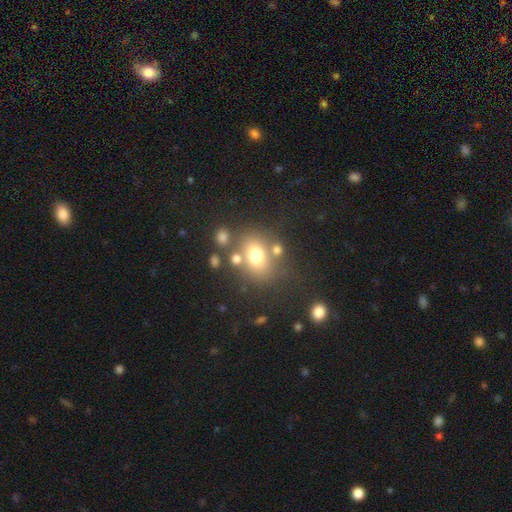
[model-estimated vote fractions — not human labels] Smooth or featured?
  - smooth: 69% *
  - featured or disk: 16%
  - star or artifact: 14%
How rounded?
  - in between: 56% *
  - round: 43%
  - cigar-shaped: 1%
Merging?
  - none: 63% *
  - merger: 17%
  - minor disturbance: 13%
  - major disturbance: 7%